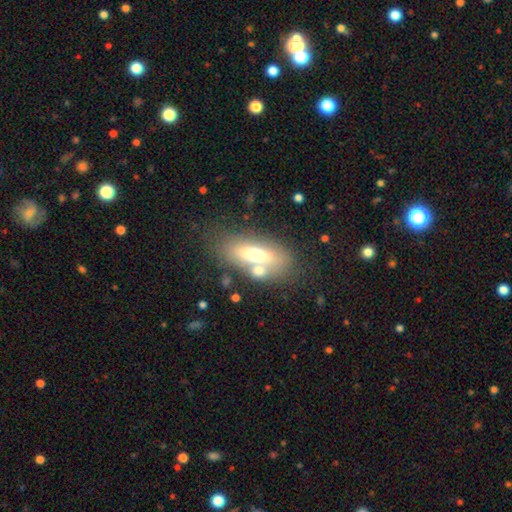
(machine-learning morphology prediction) Smooth or featured?
  - smooth: 56% *
  - featured or disk: 34%
  - star or artifact: 10%
How rounded?
  - in between: 73% *
  - cigar-shaped: 22%
  - round: 5%
Merging?
  - none: 60% *
  - merger: 19%
  - minor disturbance: 14%
  - major disturbance: 7%